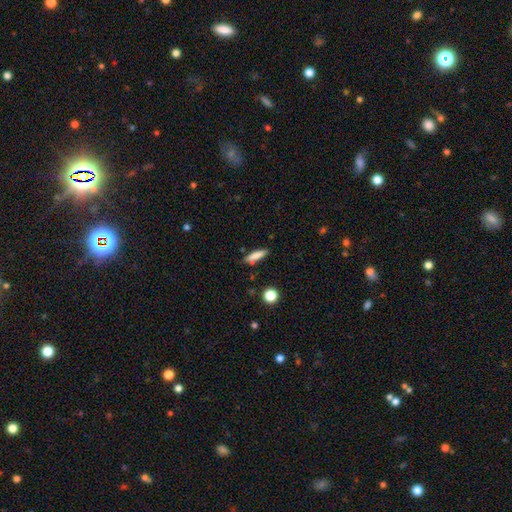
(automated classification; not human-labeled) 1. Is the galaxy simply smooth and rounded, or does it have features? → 80% smooth, 12% featured or disk, 8% star or artifact.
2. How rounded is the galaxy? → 72% cigar-shaped, 26% in between, 2% round.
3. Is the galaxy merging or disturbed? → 80% none, 14% minor disturbance, 3% merger, 3% major disturbance.